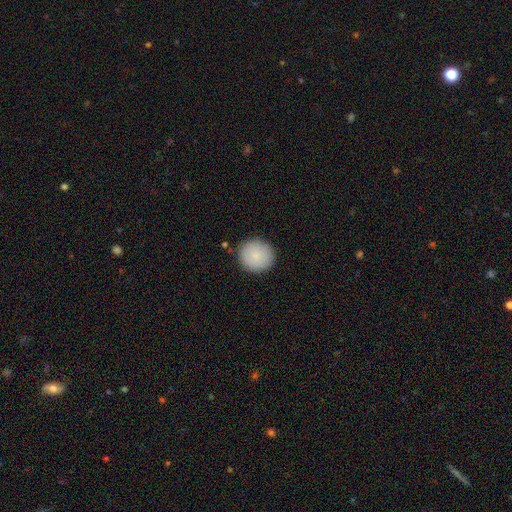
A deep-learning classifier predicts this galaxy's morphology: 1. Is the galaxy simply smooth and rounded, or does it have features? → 87% smooth, 7% featured or disk, 7% star or artifact.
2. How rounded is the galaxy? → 89% round, 10% in between, 1% cigar-shaped.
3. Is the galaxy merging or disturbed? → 89% none, 8% minor disturbance, 2% major disturbance, 1% merger.